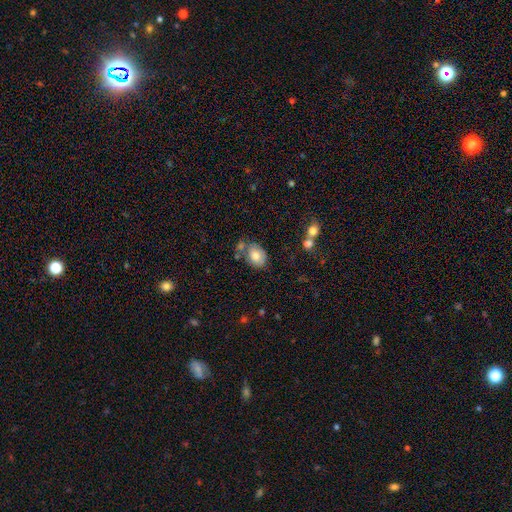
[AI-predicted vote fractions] Smooth or featured?
  - smooth: 79% *
  - featured or disk: 13%
  - star or artifact: 8%
How rounded?
  - in between: 71% *
  - round: 28%
  - cigar-shaped: 1%
Merging?
  - none: 57% *
  - minor disturbance: 21%
  - merger: 16%
  - major disturbance: 7%